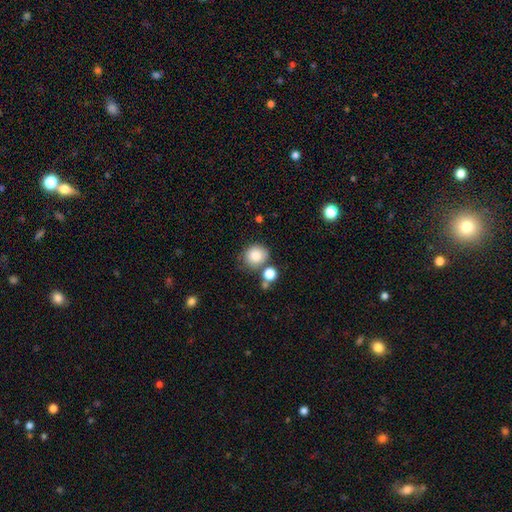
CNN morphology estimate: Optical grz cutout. It shows a smooth galaxy with no disk features (85%) that is round (80%). Merging: none (66%).